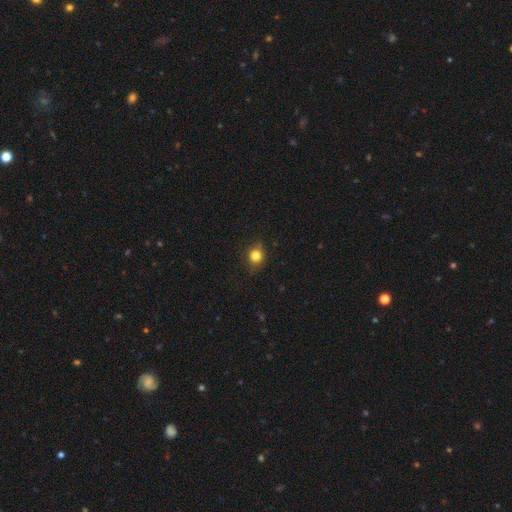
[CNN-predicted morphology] A smooth galaxy with no disk features (81%) that is round (80%). Merging: none (79%).